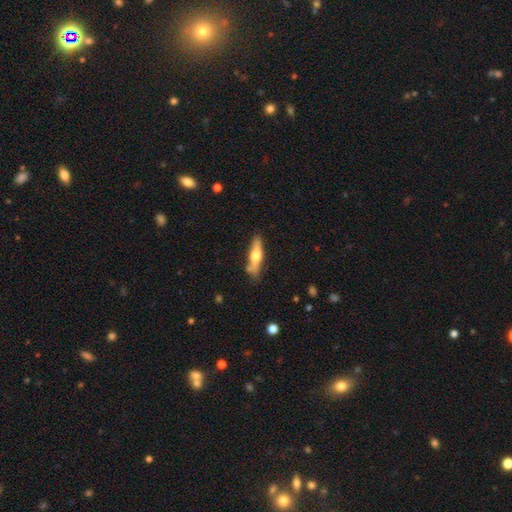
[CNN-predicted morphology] type=smooth (48%); merging=none (74%).